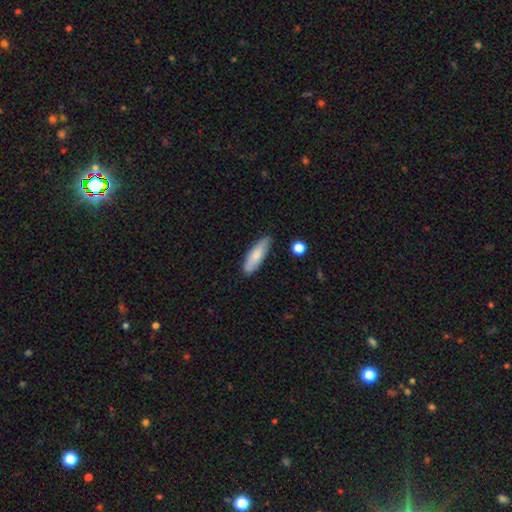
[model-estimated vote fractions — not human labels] This appears to be a smooth galaxy with no disk features (79%) that is cigar-shaped (56%). Merging: none (84%).